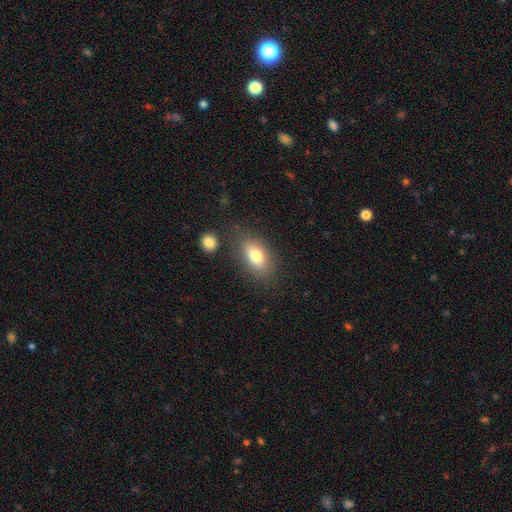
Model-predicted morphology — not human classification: A smooth galaxy with no disk features (78%) that is in between round and cigar-shaped (86%). Merging: none (75%).